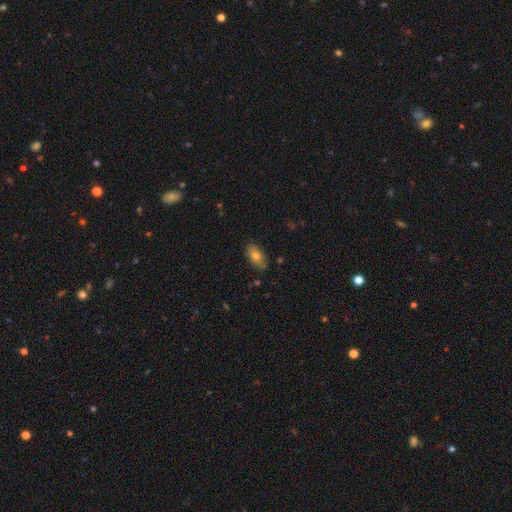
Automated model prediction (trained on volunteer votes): Overall: smooth (73%). How rounded: in between (91%). Merging: none (81%).